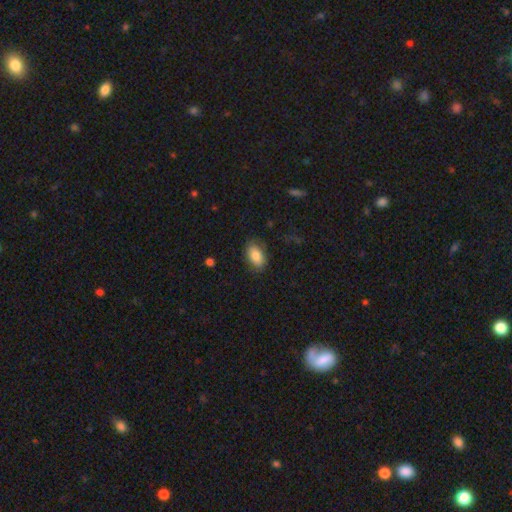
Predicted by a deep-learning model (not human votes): smooth_or_featured: smooth (p=0.83) [alt: featured or disk p=0.10]
how_rounded: in between (p=0.91) [alt: round p=0.06]
merging: none (p=0.81) [alt: minor disturbance p=0.14]